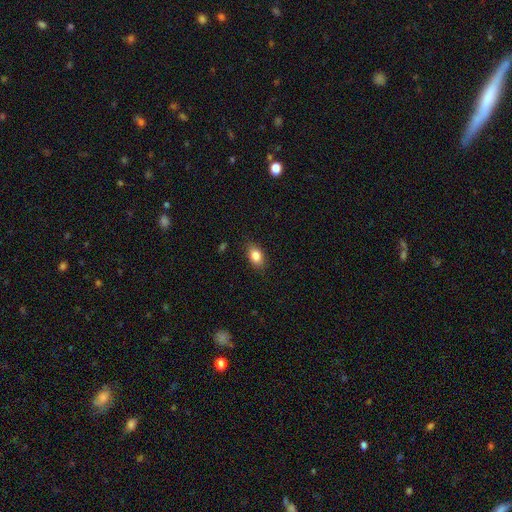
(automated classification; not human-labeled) Smooth or featured? Predicted: smooth (p=0.84). How rounded? Predicted: in between (p=0.85). Merging? Predicted: none (p=0.84).